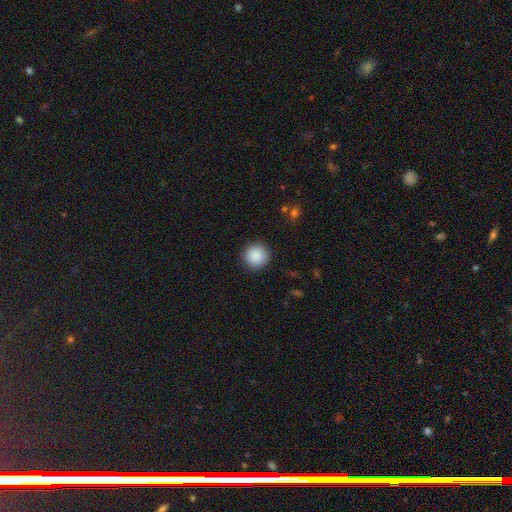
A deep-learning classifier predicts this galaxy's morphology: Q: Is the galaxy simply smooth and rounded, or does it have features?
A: smooth — 89%.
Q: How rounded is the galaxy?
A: round — 96%.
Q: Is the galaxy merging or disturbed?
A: none — 91%.